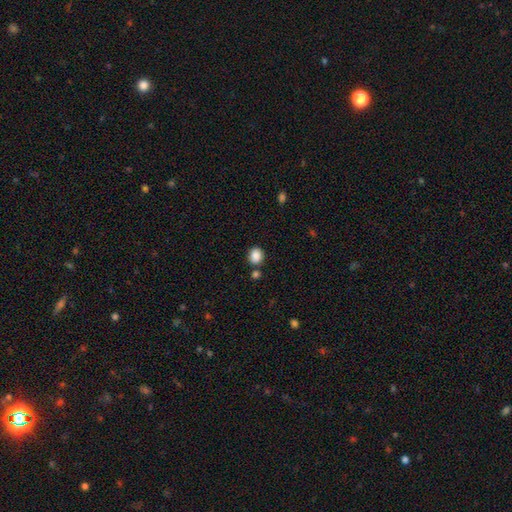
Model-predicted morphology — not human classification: smooth_or_featured: smooth (p=0.87) [alt: star or artifact p=0.09]
how_rounded: round (p=0.72) [alt: in between p=0.27]
merging: none (p=0.77) [alt: minor disturbance p=0.10]